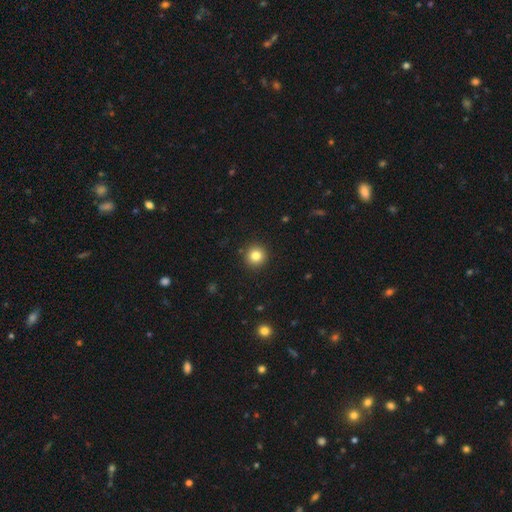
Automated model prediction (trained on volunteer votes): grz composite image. It shows a smooth galaxy with no disk features (82%) that is round (95%). Merging: none (91%).